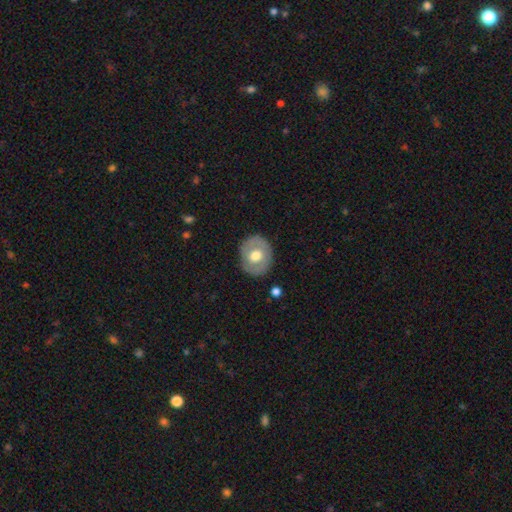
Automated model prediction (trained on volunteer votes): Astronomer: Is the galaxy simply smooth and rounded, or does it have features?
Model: smooth — 54% (runner-up: featured or disk, 40%).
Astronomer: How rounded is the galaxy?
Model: round — 64%.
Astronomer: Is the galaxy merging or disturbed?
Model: none — 84%.